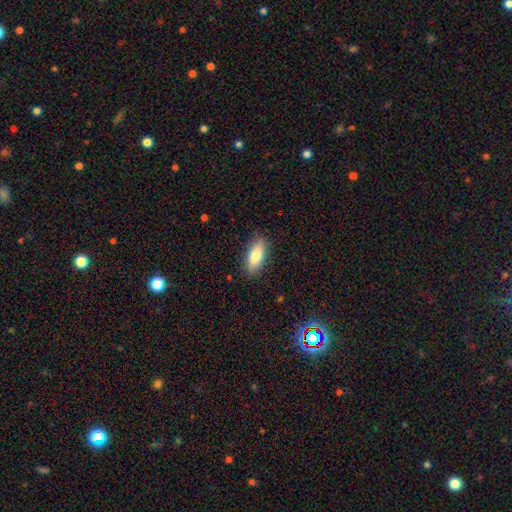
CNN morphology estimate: smooth_or_featured: smooth (p=0.79) [alt: featured or disk p=0.15]
how_rounded: in between (p=0.74) [alt: cigar-shaped p=0.24]
merging: none (p=0.86) [alt: minor disturbance p=0.10]